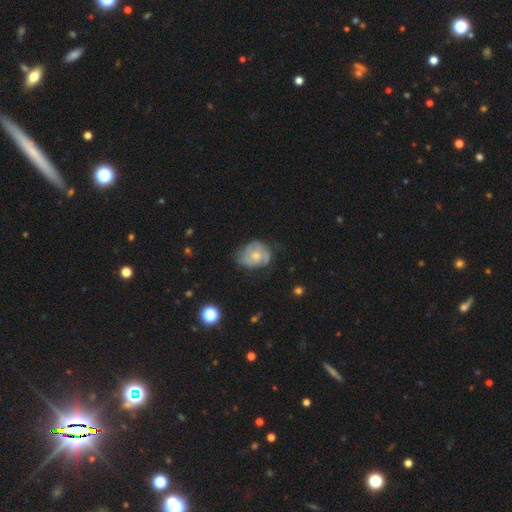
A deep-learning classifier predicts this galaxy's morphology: smooth_or_featured: featured or disk (p=0.57) [alt: smooth p=0.35]
disk_edge_on: no (p=0.97) [alt: yes p=0.03]
bar: no (p=0.80) [alt: weak p=0.17]
has_spiral_arms: yes (p=0.71) [alt: no p=0.29]
bulge_size: moderate (p=0.55) [alt: small p=0.35]
merging: none (p=0.51) [alt: minor disturbance p=0.32]